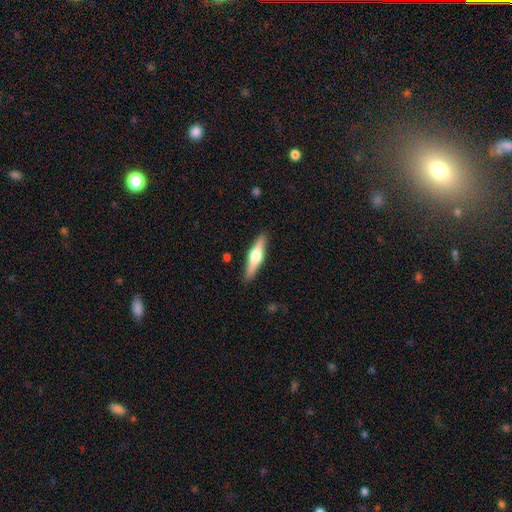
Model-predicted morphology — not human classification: This is possibly a featured or disk galaxy (58%). It is clearly viewed edge-on (96%). Edge-on bulge: clearly rounded (94%). Merging: clearly none (90%).